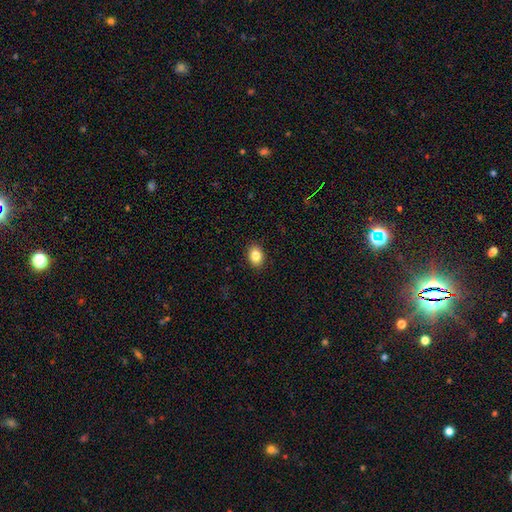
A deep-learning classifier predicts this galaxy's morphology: smooth_or_featured: smooth (p=0.86) [alt: star or artifact p=0.09]
how_rounded: in between (p=0.75) [alt: round p=0.24]
merging: none (p=0.90) [alt: minor disturbance p=0.07]